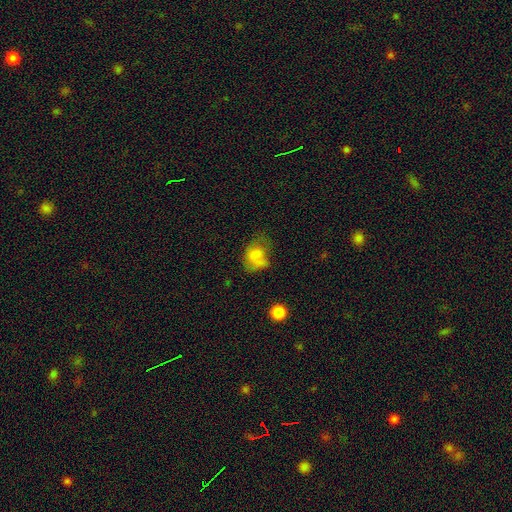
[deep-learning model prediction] smooth 69%, featured or disk 19%, star or artifact 12%. Down the decision tree: how rounded — in between (63%); merging — major disturbance (32%).